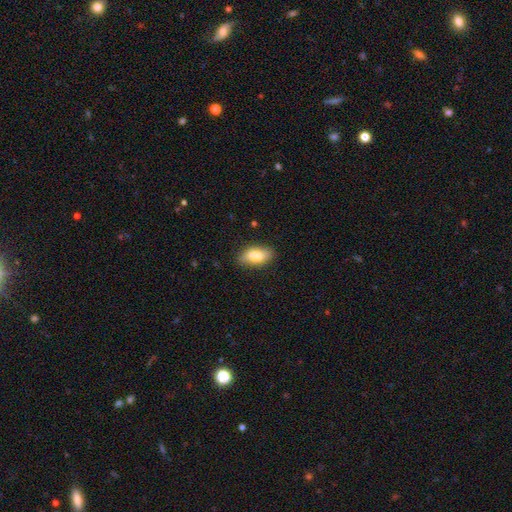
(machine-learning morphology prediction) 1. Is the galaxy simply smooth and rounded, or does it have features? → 79% smooth, 15% featured or disk, 7% star or artifact.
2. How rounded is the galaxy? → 89% in between, 6% cigar-shaped, 5% round.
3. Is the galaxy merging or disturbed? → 84% none, 13% minor disturbance, 3% major disturbance, 1% merger.